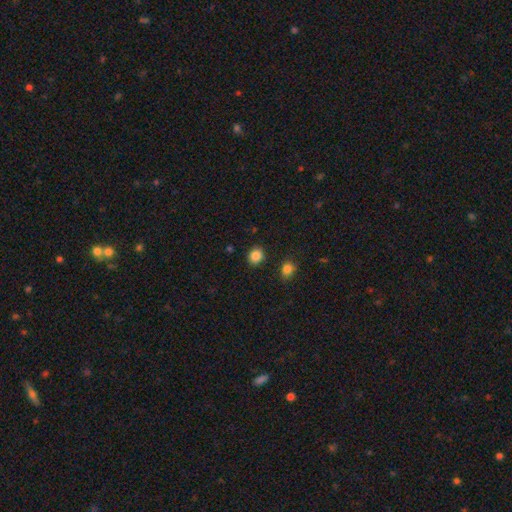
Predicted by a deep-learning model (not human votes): Smooth or featured: smooth — 86% (star or artifact — 10%)
How rounded: round — 69% (in between — 30%)
Merging: none — 87% (minor disturbance — 8%)